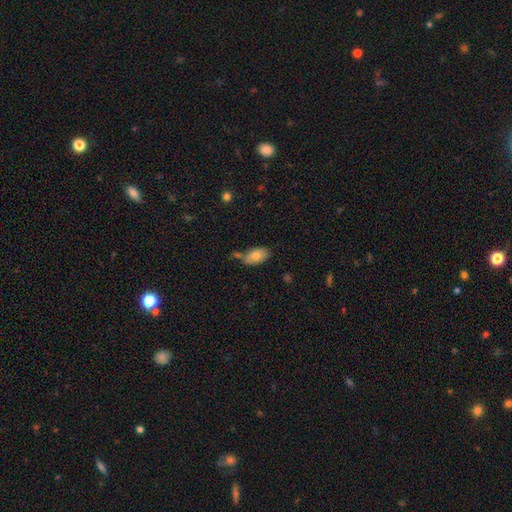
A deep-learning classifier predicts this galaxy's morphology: Overall: smooth (78%). How rounded: in between (92%). Merging: none (62%).